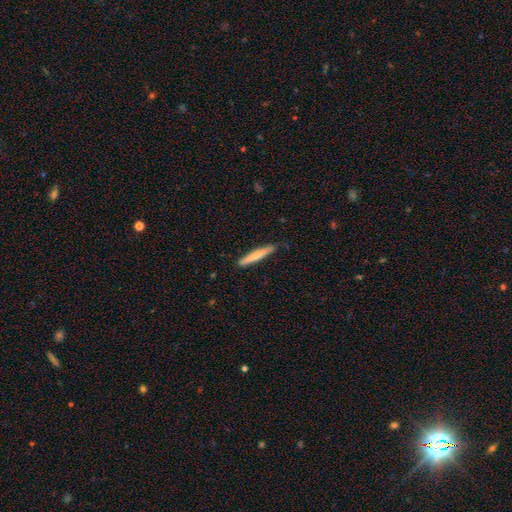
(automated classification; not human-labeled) Smooth or featured?
  - smooth: 64% *
  - featured or disk: 30%
  - star or artifact: 5%
How rounded?
  - cigar-shaped: 95% *
  - in between: 4%
  - round: 1%
Merging?
  - none: 84% *
  - minor disturbance: 13%
  - major disturbance: 2%
  - merger: 1%